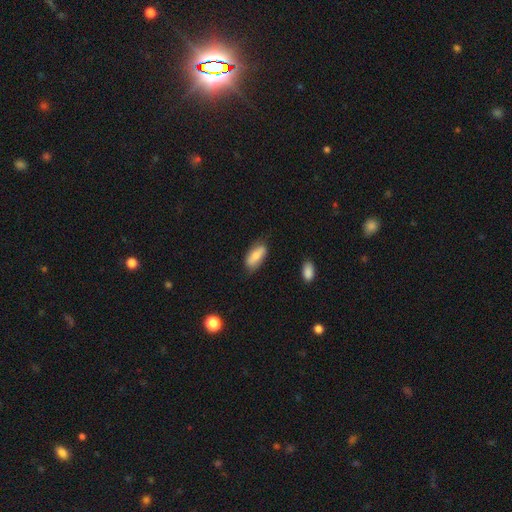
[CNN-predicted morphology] smooth 75%, featured or disk 18%, star or artifact 7%. Down the decision tree: how rounded — in between (83%); merging — none (73%).